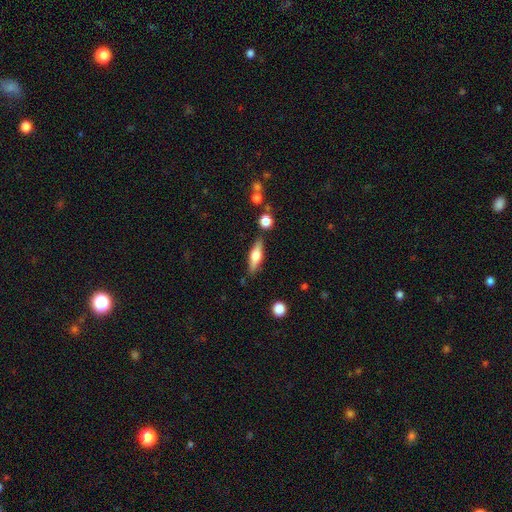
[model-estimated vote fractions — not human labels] Smooth or featured: featured or disk — 49% (smooth — 45%)
Merging: none — 83% (minor disturbance — 11%)